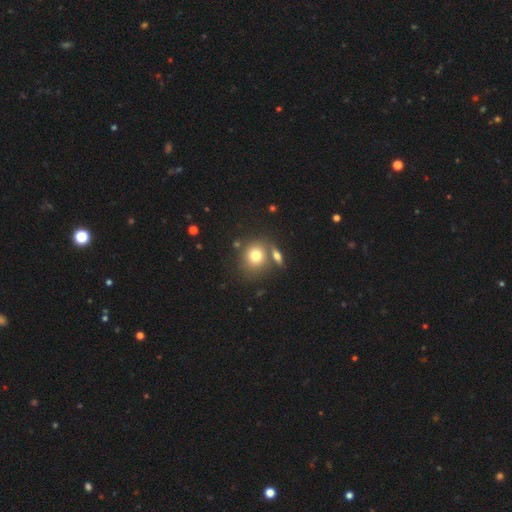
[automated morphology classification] Overall: smooth (75%). How rounded: round (74%). Merging: none (62%; merger 24%).